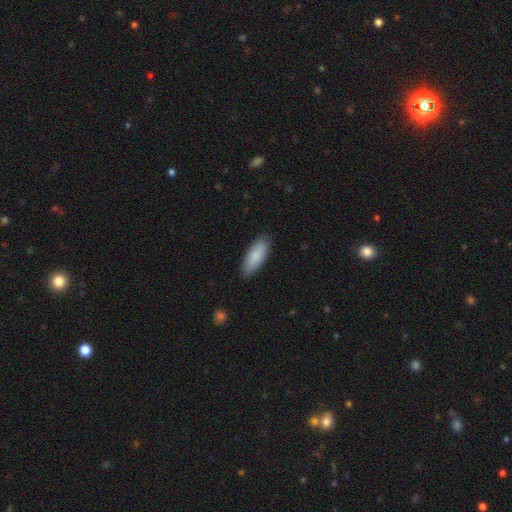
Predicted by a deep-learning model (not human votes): Q: Smooth or featured?
A: smooth (86%); runner-up: featured or disk (9%)
Q: How rounded?
A: in between (73%); runner-up: cigar-shaped (25%)
Q: Merging?
A: none (86%); runner-up: minor disturbance (11%)